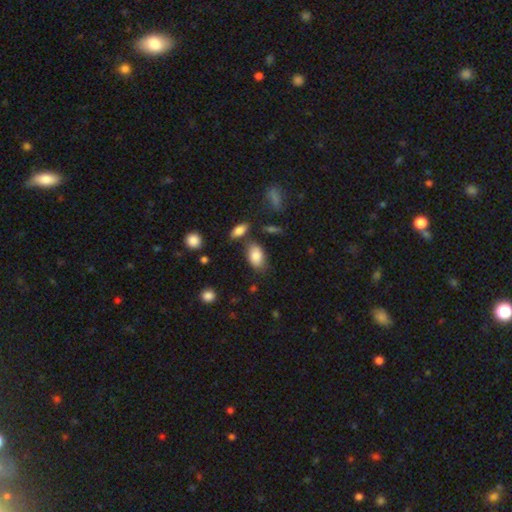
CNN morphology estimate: Smooth or featured?
  - smooth: 84% *
  - featured or disk: 9%
  - star or artifact: 7%
How rounded?
  - in between: 92% *
  - round: 6%
  - cigar-shaped: 2%
Merging?
  - none: 68% *
  - minor disturbance: 20%
  - merger: 8%
  - major disturbance: 5%